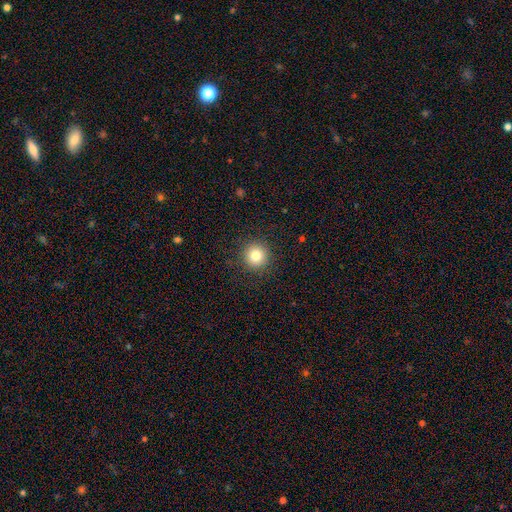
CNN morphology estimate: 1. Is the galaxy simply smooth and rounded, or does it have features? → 83% smooth, 11% star or artifact, 6% featured or disk.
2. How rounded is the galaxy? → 95% round, 4% in between, 1% cigar-shaped.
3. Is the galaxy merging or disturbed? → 91% none, 6% minor disturbance, 2% major disturbance, 1% merger.